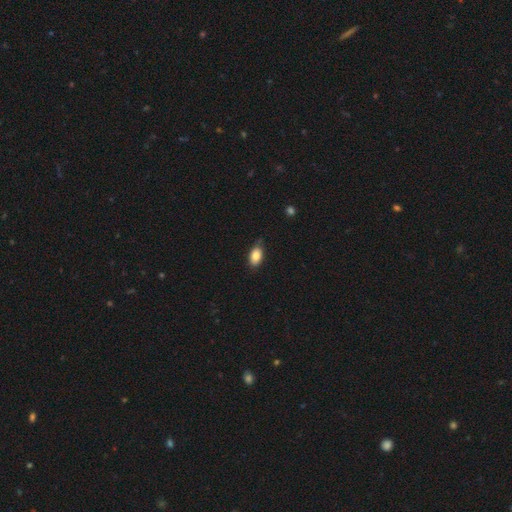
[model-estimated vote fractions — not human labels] smooth_or_featured: smooth (p=0.84) [alt: featured or disk p=0.08]
how_rounded: in between (p=0.91) [alt: round p=0.07]
merging: none (p=0.78) [alt: minor disturbance p=0.19]